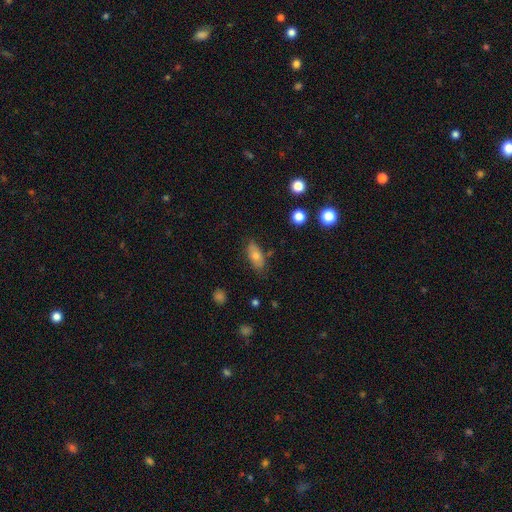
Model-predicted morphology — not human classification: type=smooth (67%); roundness=in between (81%); merging=none (80%).